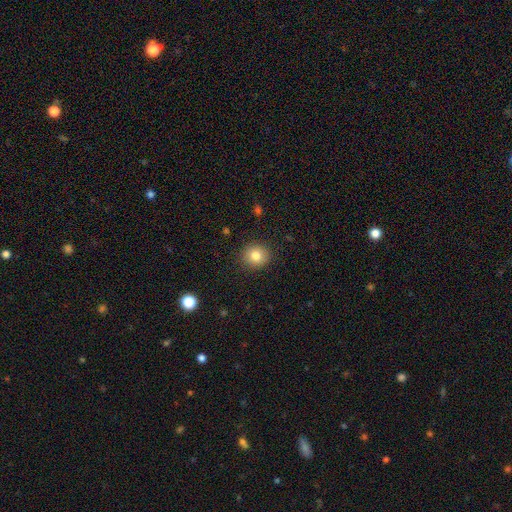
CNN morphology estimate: Smooth or featured: smooth — 82% (star or artifact — 10%)
How rounded: round — 88% (in between — 11%)
Merging: none — 90% (minor disturbance — 7%)